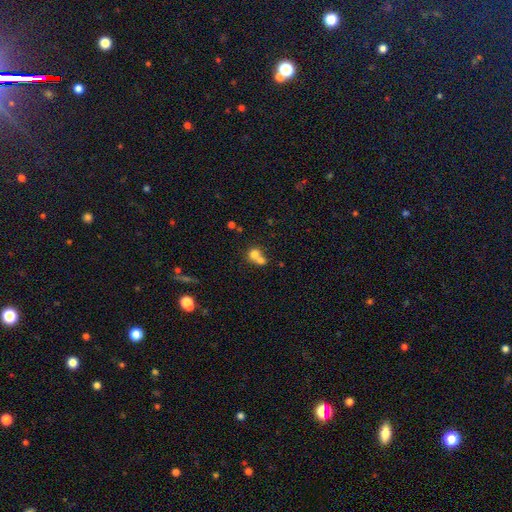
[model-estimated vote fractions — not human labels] smooth 73%, featured or disk 15%, star or artifact 12%. Down the decision tree: how rounded — round (76%); merging — merger (63%).